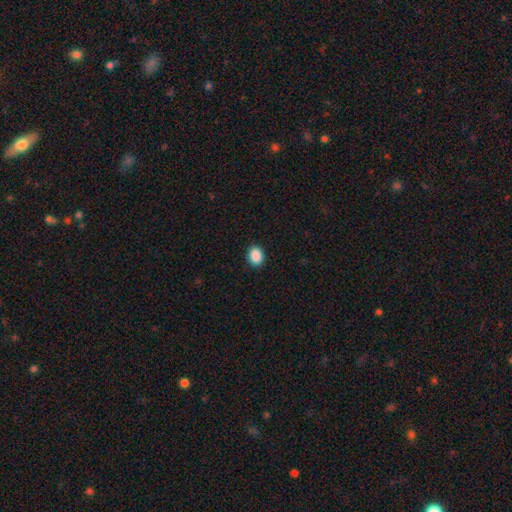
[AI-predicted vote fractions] Smooth or featured?
  - smooth: 89% *
  - star or artifact: 8%
  - featured or disk: 3%
How rounded?
  - in between: 56% *
  - round: 43%
  - cigar-shaped: 1%
Merging?
  - none: 91% *
  - minor disturbance: 6%
  - major disturbance: 2%
  - merger: 1%